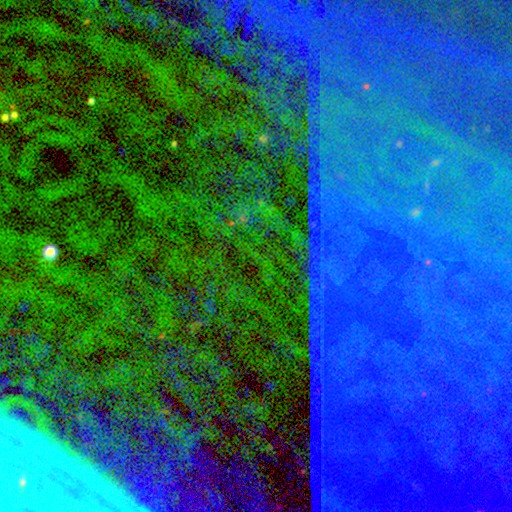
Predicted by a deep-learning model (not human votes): Overall: star or artifact (80%).